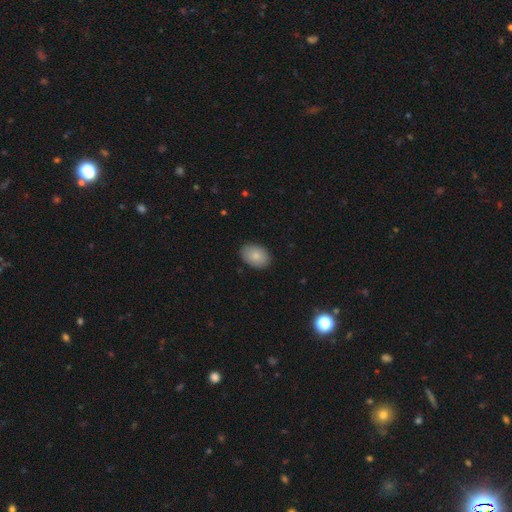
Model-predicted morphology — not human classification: smooth-or-featured: smooth: 84% | featured or disk: 9% | star or artifact: 7%
  how-rounded: in between: 84% | round: 15% | cigar-shaped: 1%
  merging: none: 87% | minor disturbance: 10% | major disturbance: 2% | merger: 1%